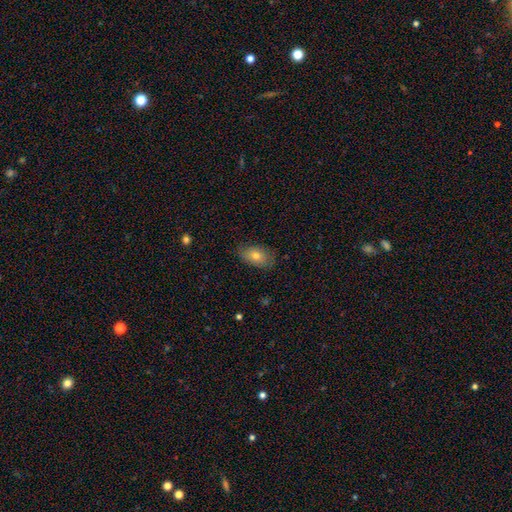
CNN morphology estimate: Smooth or featured?
  - smooth: 71% *
  - featured or disk: 20%
  - star or artifact: 9%
How rounded?
  - in between: 90% *
  - round: 8%
  - cigar-shaped: 2%
Merging?
  - none: 79% *
  - minor disturbance: 17%
  - major disturbance: 3%
  - merger: 1%